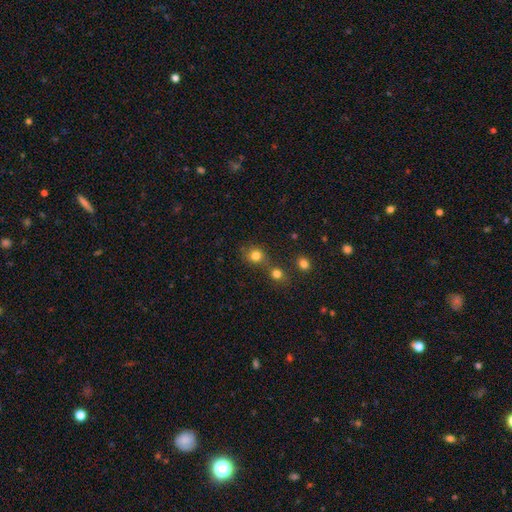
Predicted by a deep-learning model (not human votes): A smooth galaxy with no disk features (80%) that is round (84%). Merging: none (57%).